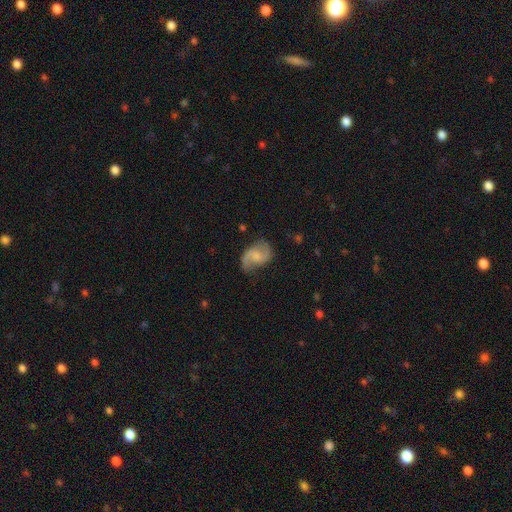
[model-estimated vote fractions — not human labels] Morphology: type=featured or disk (78%); edge-on=no (98%); bar=weak (47%); spiral arms=yes (95%); winding=loose (52%); arm count=2 (91%); bulge=small (38%); merging=none (72%).